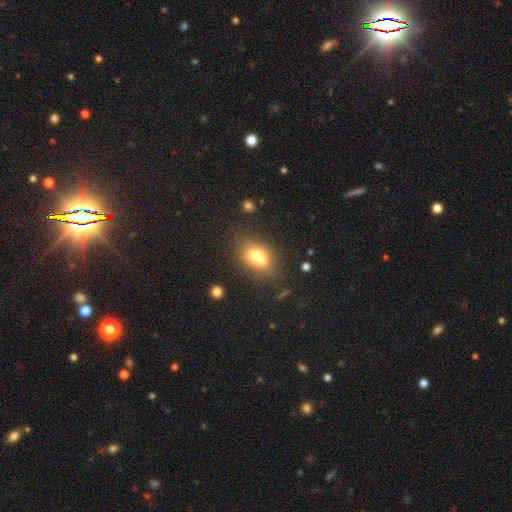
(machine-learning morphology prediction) Smooth or featured? Predicted: smooth (p=0.67). How rounded? Predicted: in between (p=0.64). Merging? Predicted: merger (p=0.50).